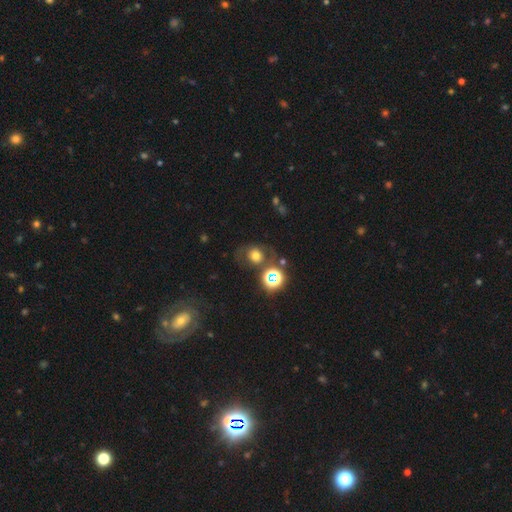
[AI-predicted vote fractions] The model was most divided on "smooth or featured": smooth: 55%, featured or disk: 25%, star or artifact: 20%. More confident: how rounded — round (74%); merging — none (53%).